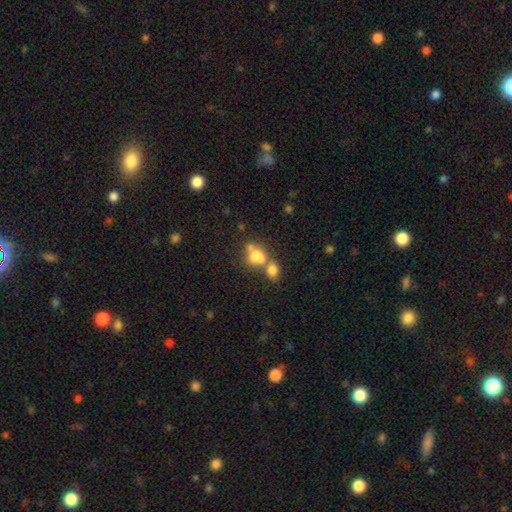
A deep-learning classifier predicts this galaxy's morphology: This is likely a smooth galaxy (70%). How rounded: possibly in between (55%). Merging: likely merger (60%).